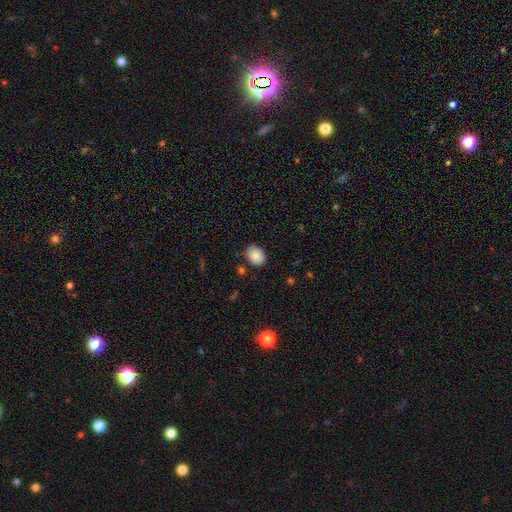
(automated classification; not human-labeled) smooth-or-featured: smooth: 88% | star or artifact: 8% | featured or disk: 4%
  how-rounded: in between: 68% | round: 31% | cigar-shaped: 1%
  merging: none: 81% | minor disturbance: 13% | major disturbance: 3% | merger: 2%